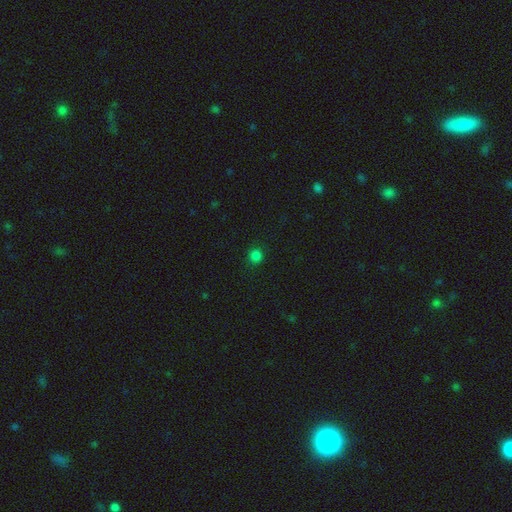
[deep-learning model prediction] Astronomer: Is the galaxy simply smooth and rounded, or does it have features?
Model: smooth — 82%.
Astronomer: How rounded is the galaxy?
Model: round — 92%.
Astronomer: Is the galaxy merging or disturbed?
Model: none — 90%.